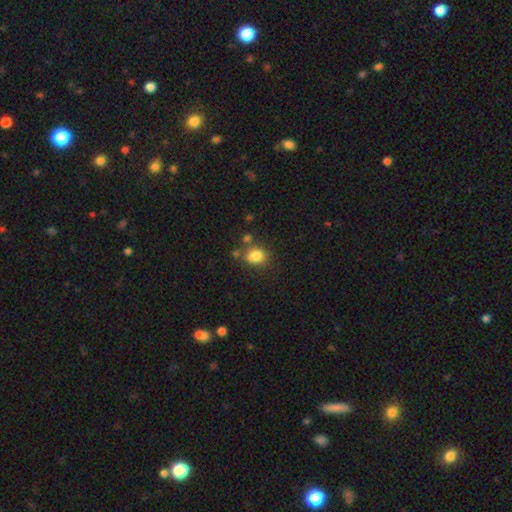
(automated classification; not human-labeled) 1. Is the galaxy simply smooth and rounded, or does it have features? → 82% smooth, 11% star or artifact, 7% featured or disk.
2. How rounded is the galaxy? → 53% in between, 46% round, 1% cigar-shaped.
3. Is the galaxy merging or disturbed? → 62% none, 18% minor disturbance, 14% merger, 6% major disturbance.